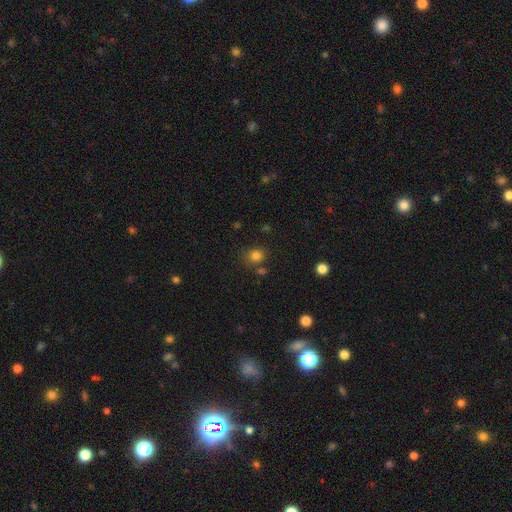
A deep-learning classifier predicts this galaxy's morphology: Smooth or featured? smooth (80%)
How rounded? round (75%)
Merging? none (73%)